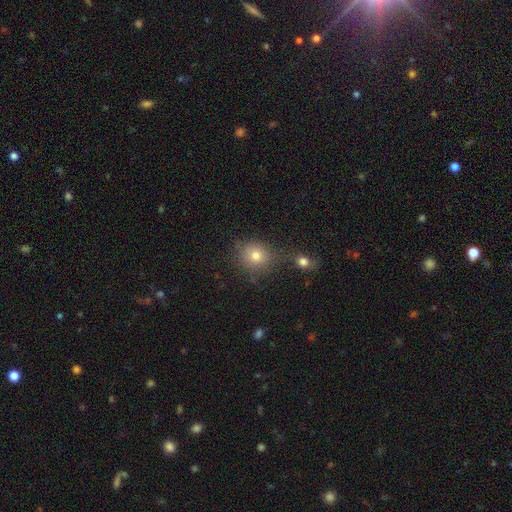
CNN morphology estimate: Smooth or featured? Predicted: smooth (p=0.76). How rounded? Predicted: round (p=0.85). Merging? Predicted: none (p=0.64).